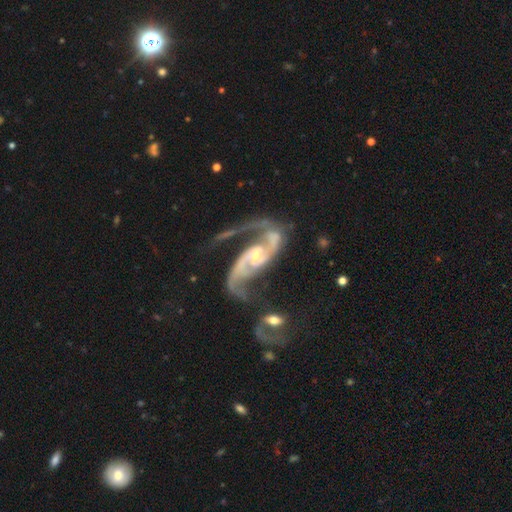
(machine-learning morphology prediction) Smooth or featured?
  - featured or disk: 91% *
  - star or artifact: 5%
  - smooth: 4%
Edge-on disk?
  - no: 97% *
  - yes: 3%
Bar?
  - no: 46% *
  - weak: 36%
  - strong: 18%
Spiral arms?
  - yes: 97% *
  - no: 3%
Spiral winding?
  - medium: 47% *
  - loose: 36%
  - tight: 17%
Spiral arm count?
  - 2: 86% *
  - 1: 4%
  - can't tell: 4%
  - 3: 3%
  - 4: 2%
  - more than 4: 2%
Bulge size?
  - small: 59% *
  - moderate: 33%
  - none: 4%
  - large: 2%
  - dominant: 1%
Merging?
  - none: 31% *
  - major disturbance: 28%
  - merger: 26%
  - minor disturbance: 16%